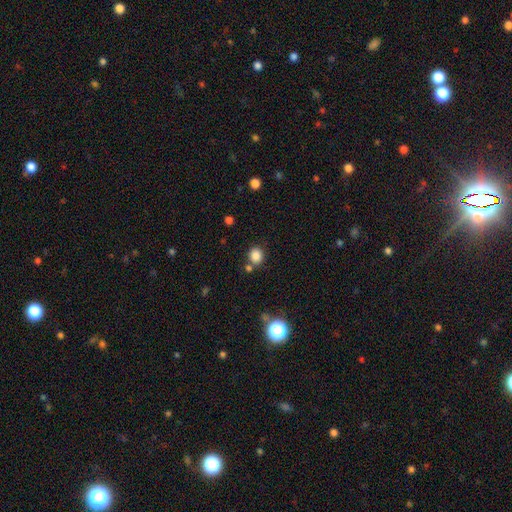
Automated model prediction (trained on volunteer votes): Smooth or featured?
  - smooth: 83% *
  - star or artifact: 12%
  - featured or disk: 5%
How rounded?
  - round: 80% *
  - in between: 19%
  - cigar-shaped: 1%
Merging?
  - none: 73% *
  - merger: 12%
  - minor disturbance: 11%
  - major disturbance: 4%